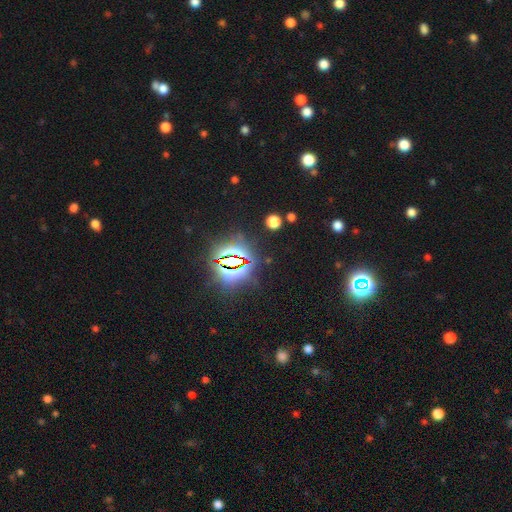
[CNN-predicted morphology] type=star or artifact (83%).